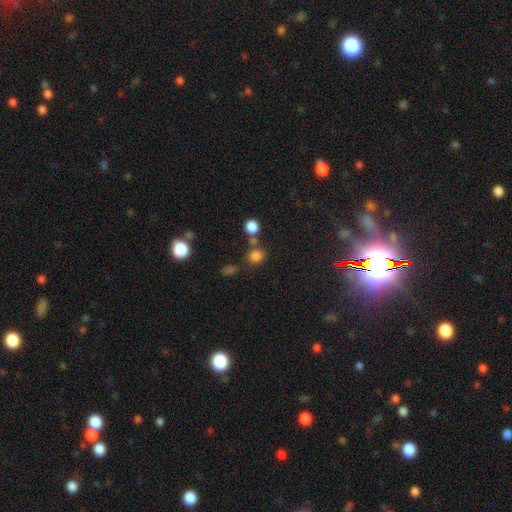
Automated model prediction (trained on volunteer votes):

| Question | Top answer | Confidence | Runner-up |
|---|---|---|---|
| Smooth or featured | smooth | 79% | star or artifact (16%) |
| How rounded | round | 77% | in between (22%) |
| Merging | none | 67% | merger (18%) |